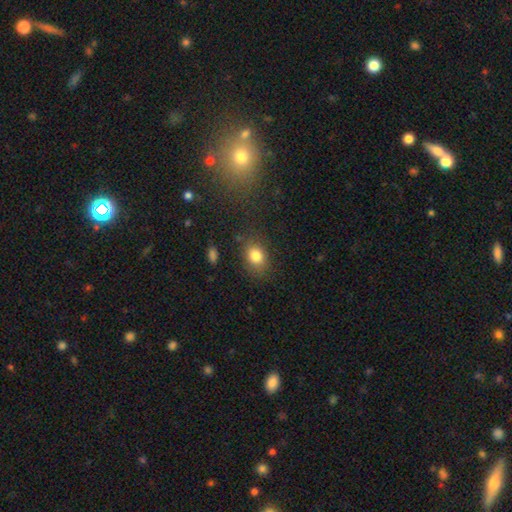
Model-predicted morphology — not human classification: Smooth or featured?
  - smooth: 82% *
  - star or artifact: 10%
  - featured or disk: 8%
How rounded?
  - in between: 58% *
  - round: 40%
  - cigar-shaped: 1%
Merging?
  - none: 78% *
  - minor disturbance: 15%
  - major disturbance: 5%
  - merger: 2%